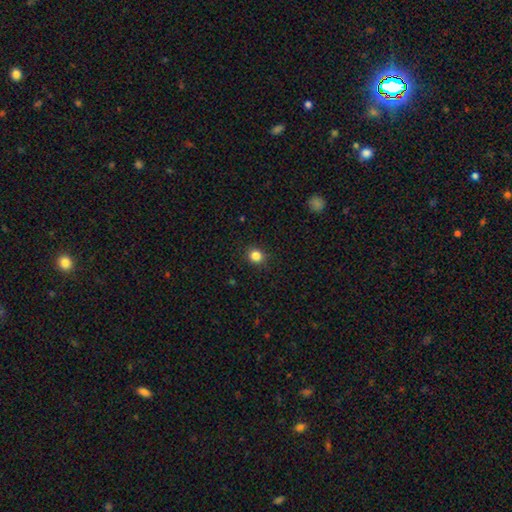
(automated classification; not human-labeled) Smooth or featured? smooth (84%)
How rounded? round (83%)
Merging? none (90%)